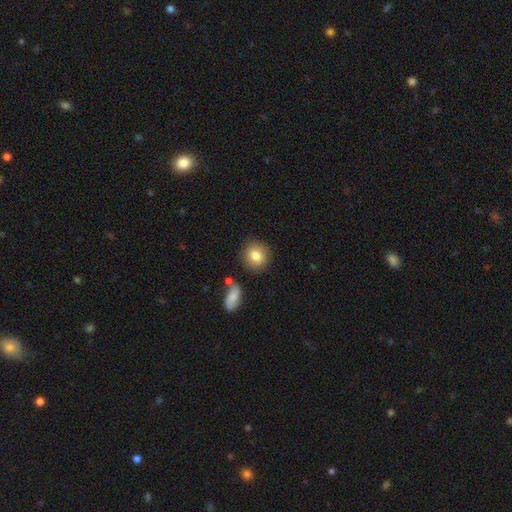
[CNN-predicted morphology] A smooth galaxy with no disk features (83%) that is round (82%). Merging: none (84%).